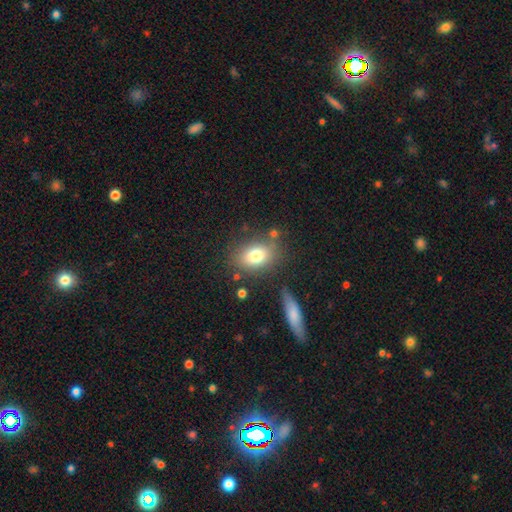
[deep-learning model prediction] The model was most divided on "how rounded": in between: 73%, round: 25%, cigar-shaped: 2%. More confident: smooth or featured — smooth (77%); merging — none (74%).